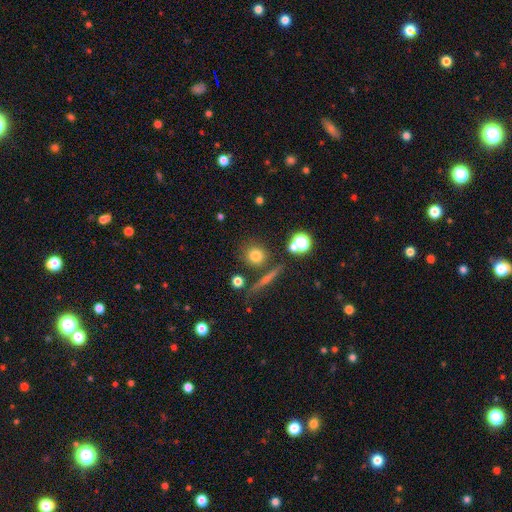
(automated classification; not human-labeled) smooth-or-featured: smooth: 75% | star or artifact: 14% | featured or disk: 10%
  how-rounded: round: 87% | in between: 10% | cigar-shaped: 3%
  merging: none: 77% | merger: 10% | minor disturbance: 9% | major disturbance: 4%